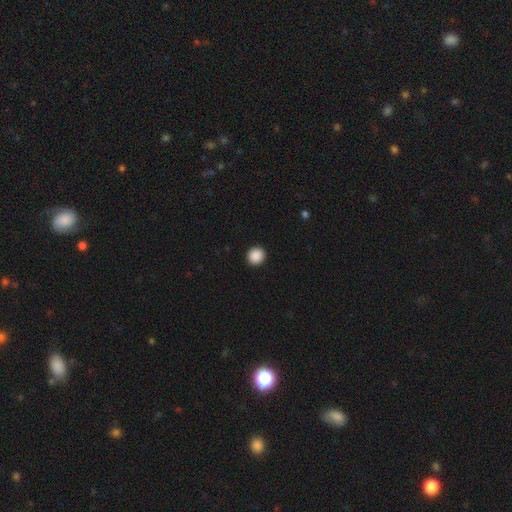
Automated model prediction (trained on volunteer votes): Smooth or featured: smooth — 89% (star or artifact — 9%)
How rounded: round — 93% (in between — 6%)
Merging: none — 93% (minor disturbance — 4%)